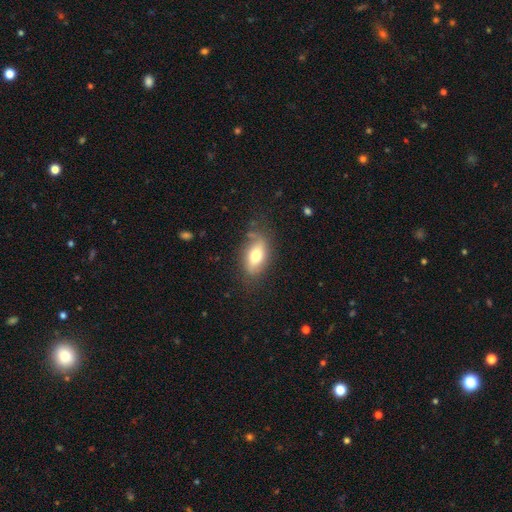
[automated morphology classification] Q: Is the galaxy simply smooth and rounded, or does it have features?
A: smooth — 63%.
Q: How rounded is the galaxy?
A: in between — 87%.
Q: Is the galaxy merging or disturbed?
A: none — 69%.